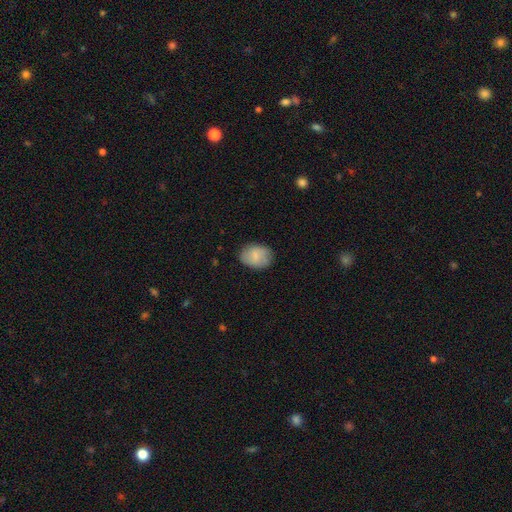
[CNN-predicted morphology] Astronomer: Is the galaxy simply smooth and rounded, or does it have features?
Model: smooth — 79%.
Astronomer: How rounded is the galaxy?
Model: in between — 66%.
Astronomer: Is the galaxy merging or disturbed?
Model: none — 81%.